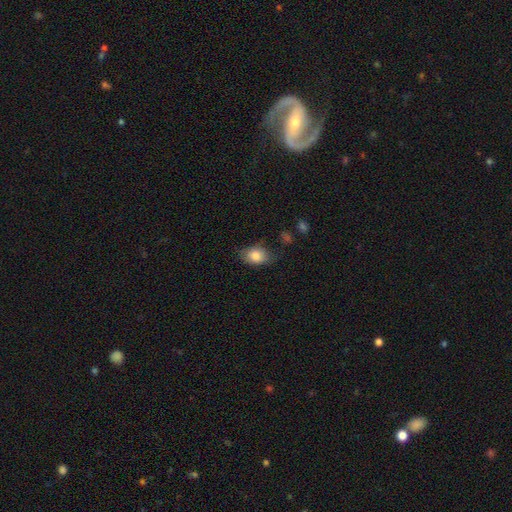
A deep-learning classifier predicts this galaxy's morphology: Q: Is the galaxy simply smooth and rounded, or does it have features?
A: smooth — 83%.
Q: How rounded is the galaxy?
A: in between — 78%.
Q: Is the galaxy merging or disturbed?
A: none — 65%.